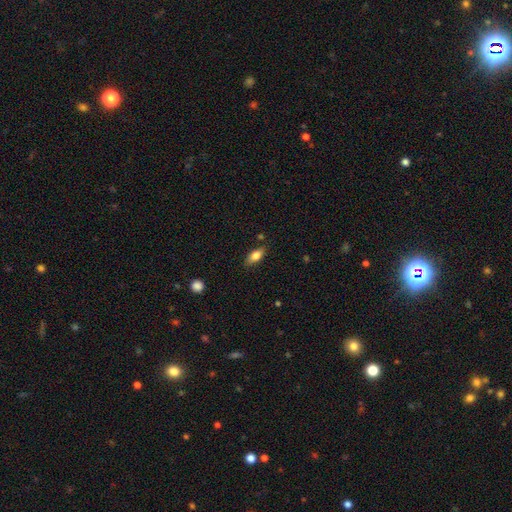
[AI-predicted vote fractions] A smooth galaxy with no disk features (77%) that is in between round and cigar-shaped (81%). Merging: none (81%).